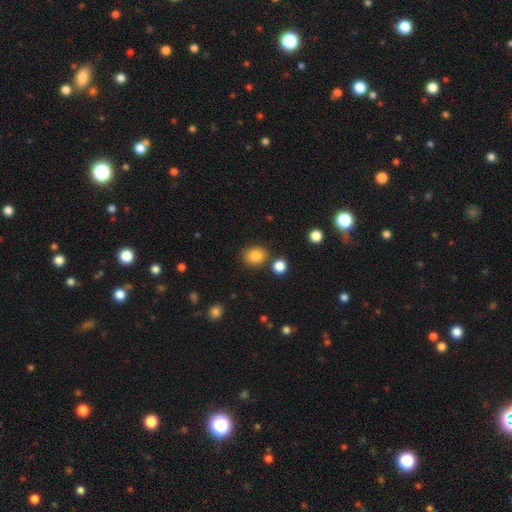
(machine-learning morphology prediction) A smooth galaxy with no disk features (85%) that is round (53%).

Vote fractions:
- Smooth or featured? smooth: 85% / star or artifact: 10% / featured or disk: 5%
- How rounded? round: 53% / in between: 46% / cigar-shaped: 1%
- Merging? none: 76% / minor disturbance: 12% / merger: 8% / major disturbance: 4%